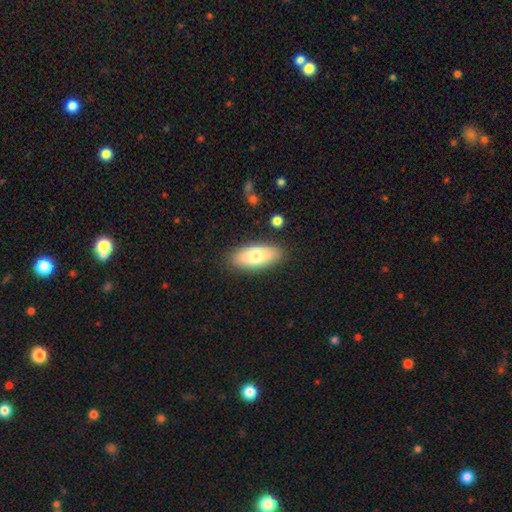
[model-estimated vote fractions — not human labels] smooth 74%, featured or disk 20%, star or artifact 6%. Down the decision tree: how rounded — in between (85%); merging — none (87%).